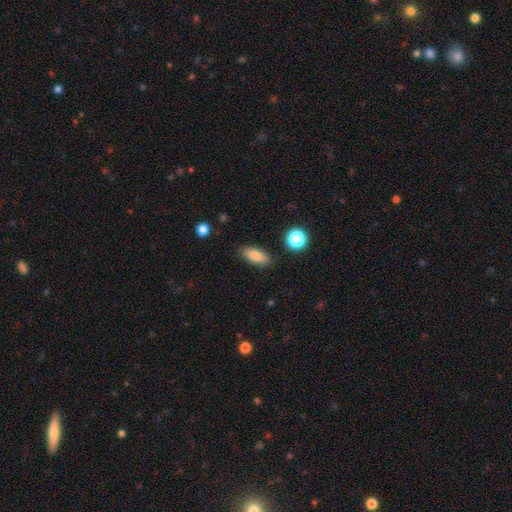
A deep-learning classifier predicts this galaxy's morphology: Smooth or featured?
  - smooth: 81% *
  - featured or disk: 10%
  - star or artifact: 8%
How rounded?
  - in between: 78% *
  - cigar-shaped: 18%
  - round: 4%
Merging?
  - none: 86% *
  - minor disturbance: 10%
  - major disturbance: 2%
  - merger: 2%